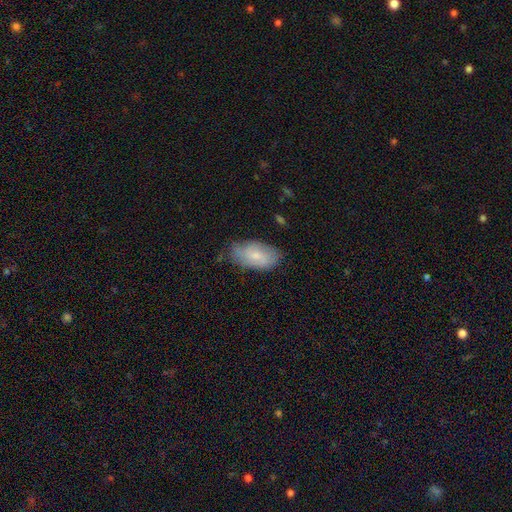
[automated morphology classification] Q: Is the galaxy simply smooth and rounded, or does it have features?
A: smooth — 55%.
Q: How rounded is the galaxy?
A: in between — 93%.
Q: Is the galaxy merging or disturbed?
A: none — 66%.